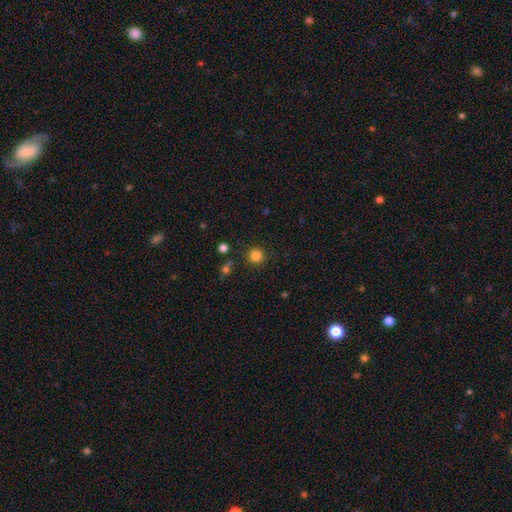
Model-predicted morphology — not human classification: Overall: smooth (83%). How rounded: round (95%). Merging: none (89%).